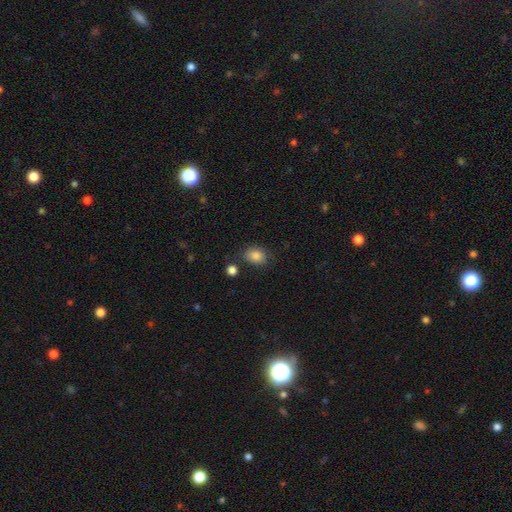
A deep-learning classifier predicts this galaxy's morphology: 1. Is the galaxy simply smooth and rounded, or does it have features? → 85% smooth, 9% star or artifact, 6% featured or disk.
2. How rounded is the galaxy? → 64% in between, 35% round, 1% cigar-shaped.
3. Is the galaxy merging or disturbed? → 74% none, 16% minor disturbance, 5% merger, 5% major disturbance.